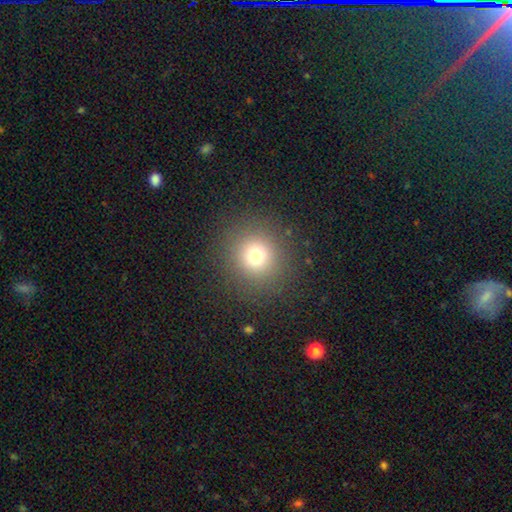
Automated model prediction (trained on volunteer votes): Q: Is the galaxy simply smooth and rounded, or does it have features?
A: smooth — 73%.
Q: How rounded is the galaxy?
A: round — 93%.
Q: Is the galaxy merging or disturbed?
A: none — 88%.